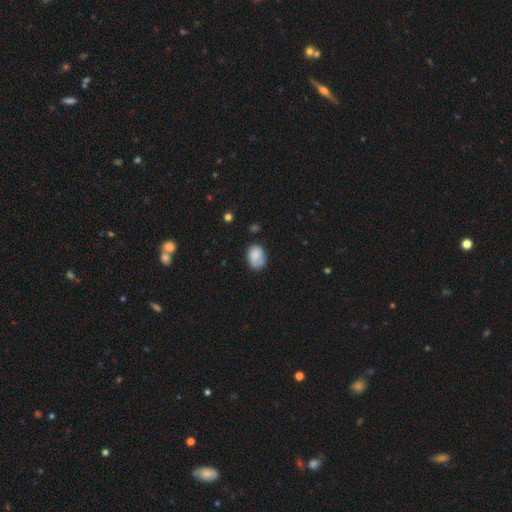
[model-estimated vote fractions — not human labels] Smooth or featured? Predicted: smooth (p=0.79). How rounded? Predicted: in between (p=0.71). Merging? Predicted: none (p=0.61).